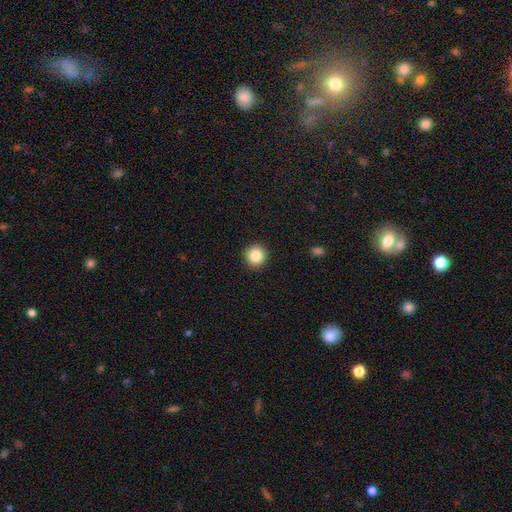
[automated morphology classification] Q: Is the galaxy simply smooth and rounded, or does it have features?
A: smooth — 85%.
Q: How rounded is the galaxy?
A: round — 94%.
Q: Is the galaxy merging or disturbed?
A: none — 93%.